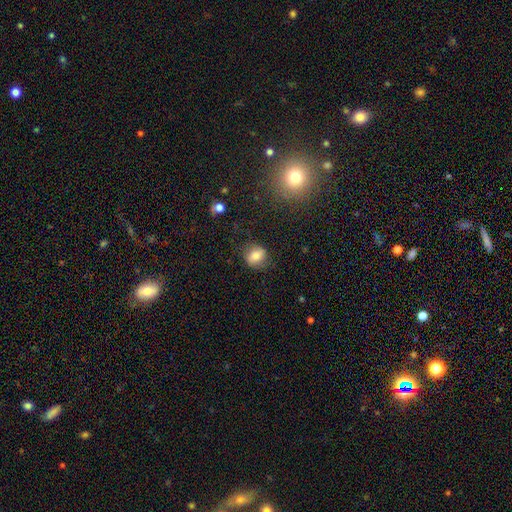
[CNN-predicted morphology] This appears to be a smooth galaxy with no disk features (70%) that is round (61%). Merging: none (77%).